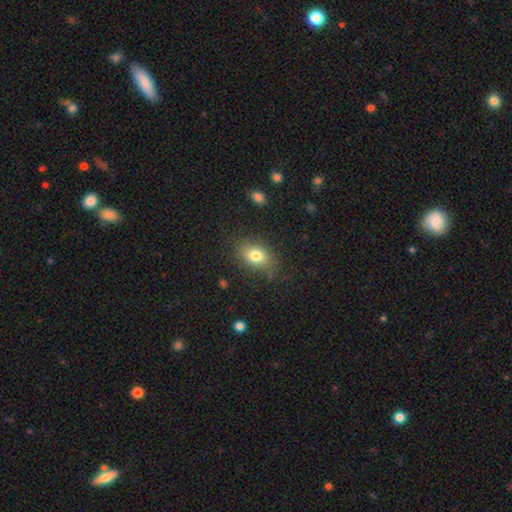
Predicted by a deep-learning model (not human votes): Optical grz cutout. It shows a smooth galaxy with no disk features (78%) that is in between round and cigar-shaped (73%). Merging: none (77%).